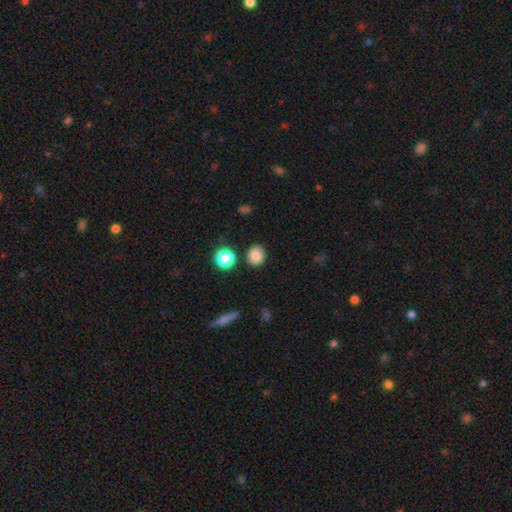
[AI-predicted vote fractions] smooth 84%, star or artifact 11%, featured or disk 5%. Down the decision tree: how rounded — round (71%); merging — none (86%).